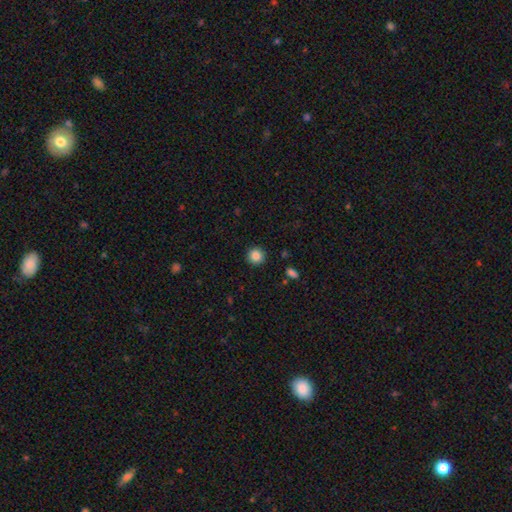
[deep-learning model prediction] Smooth or featured: smooth — 86% (star or artifact — 10%)
How rounded: round — 94% (in between — 5%)
Merging: none — 92% (minor disturbance — 5%)